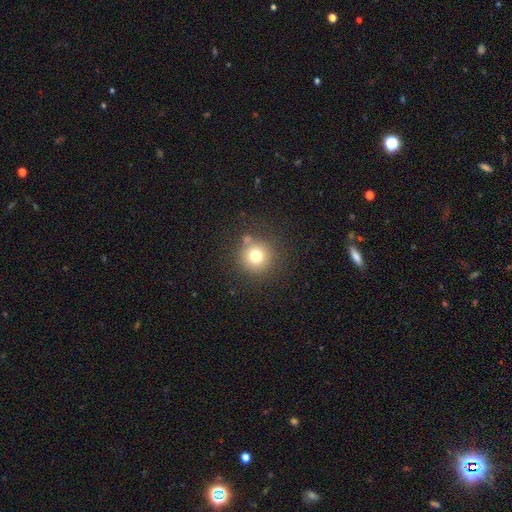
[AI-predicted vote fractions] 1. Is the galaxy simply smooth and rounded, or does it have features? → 75% smooth, 15% star or artifact, 11% featured or disk.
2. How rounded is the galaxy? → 94% round, 5% in between, 1% cigar-shaped.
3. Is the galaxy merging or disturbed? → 79% none, 10% minor disturbance, 7% merger, 4% major disturbance.